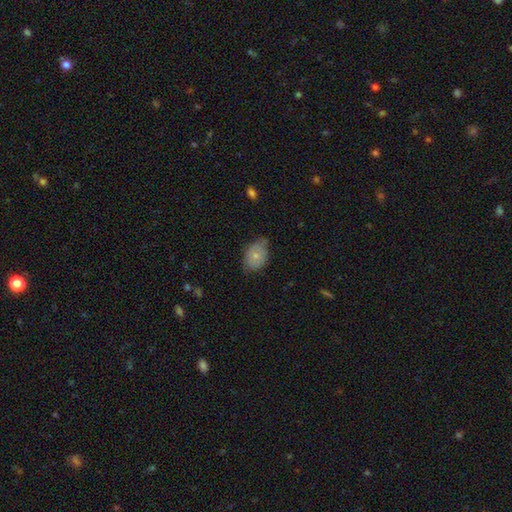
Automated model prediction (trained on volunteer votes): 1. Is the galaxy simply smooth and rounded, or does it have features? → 73% smooth, 20% featured or disk, 8% star or artifact.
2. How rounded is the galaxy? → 77% in between, 22% round, 1% cigar-shaped.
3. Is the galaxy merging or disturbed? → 56% none, 36% minor disturbance, 7% major disturbance, 2% merger.